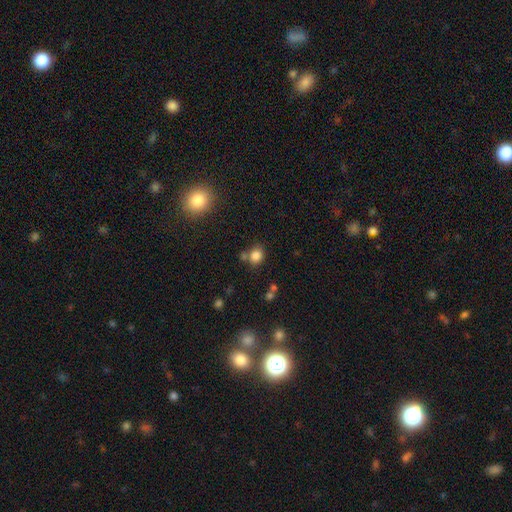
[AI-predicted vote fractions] smooth_or_featured: smooth (p=0.81) [alt: star or artifact p=0.12]
how_rounded: round (p=0.67) [alt: in between p=0.31]
merging: none (p=0.66) [alt: merger p=0.17]